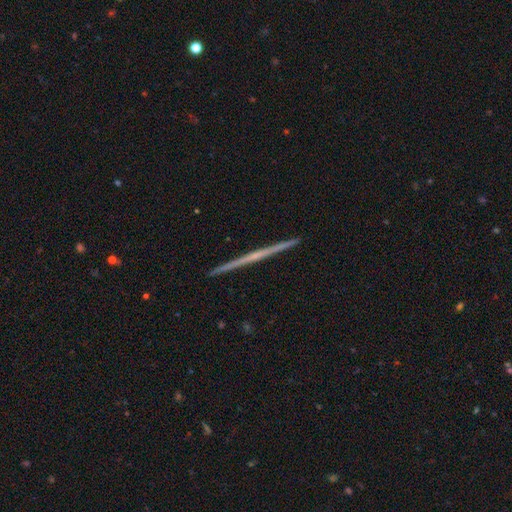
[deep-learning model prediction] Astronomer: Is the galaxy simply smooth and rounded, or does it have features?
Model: featured or disk — 75%.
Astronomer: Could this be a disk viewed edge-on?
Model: yes — 99%.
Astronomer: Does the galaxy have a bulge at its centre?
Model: none — 68%.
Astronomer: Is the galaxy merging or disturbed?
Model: none — 93%.